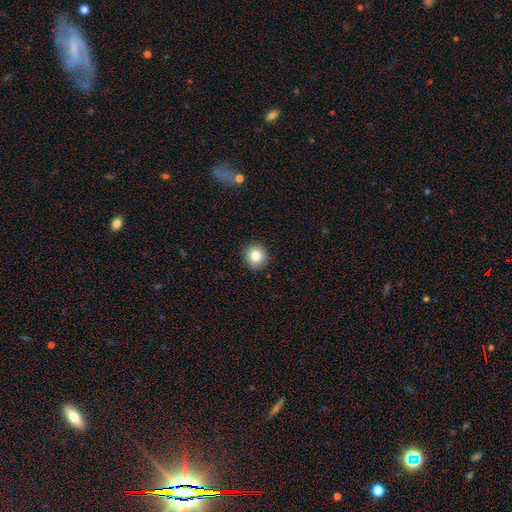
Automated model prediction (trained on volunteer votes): smooth-or-featured: smooth: 81% | star or artifact: 10% | featured or disk: 8%
  how-rounded: round: 93% | in between: 7% | cigar-shaped: 1%
  merging: none: 91% | minor disturbance: 6% | major disturbance: 2% | merger: 1%